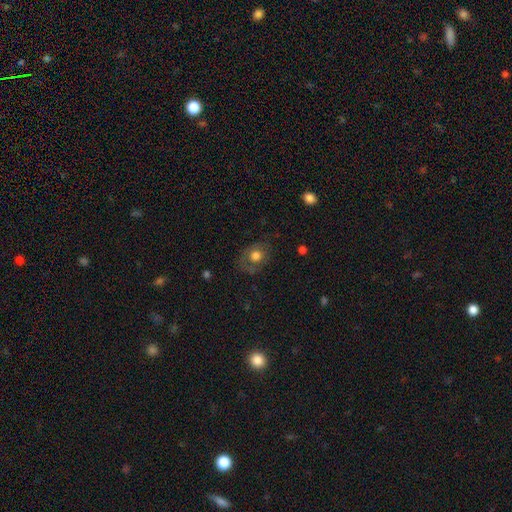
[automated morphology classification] Q: Smooth or featured?
A: smooth (68%); runner-up: featured or disk (22%)
Q: How rounded?
A: round (54%); runner-up: in between (45%)
Q: Merging?
A: none (67%); runner-up: minor disturbance (20%)